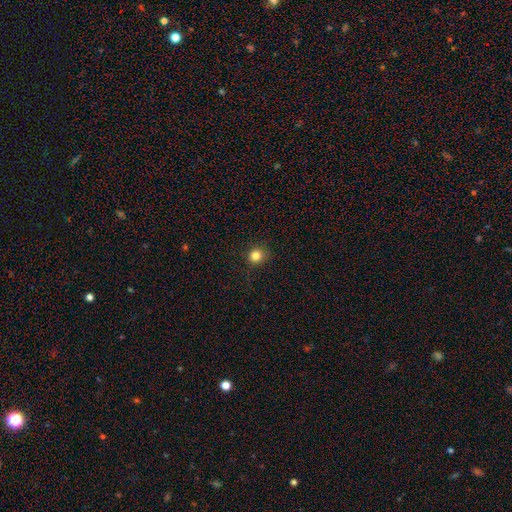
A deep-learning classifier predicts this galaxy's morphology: This is clearly a smooth galaxy (83%). How rounded: clearly round (88%). Merging: clearly none (87%).